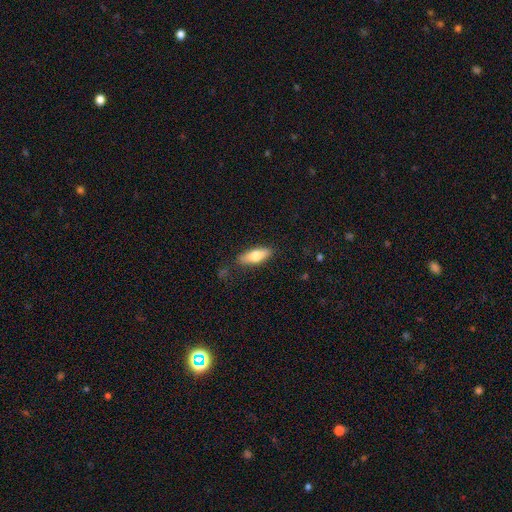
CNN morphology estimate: Smooth or featured?
  - smooth: 68% *
  - featured or disk: 26%
  - star or artifact: 6%
How rounded?
  - in between: 65% *
  - cigar-shaped: 32%
  - round: 3%
Merging?
  - none: 84% *
  - minor disturbance: 12%
  - major disturbance: 3%
  - merger: 2%